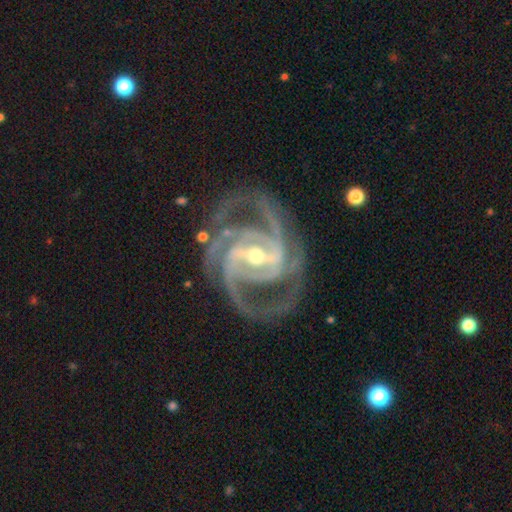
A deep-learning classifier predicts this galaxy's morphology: This appears to be a featured or disk galaxy (94%) with a strong bar (63%), 3 (45%) medium (48%) spiral arms (99%) and a small central bulge (48%, tied with moderate). Merging: none (76%).